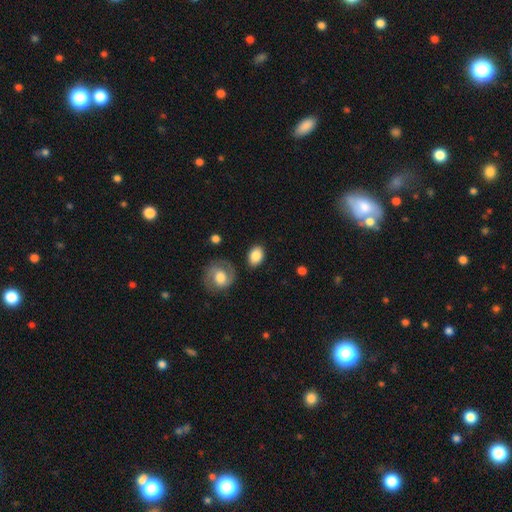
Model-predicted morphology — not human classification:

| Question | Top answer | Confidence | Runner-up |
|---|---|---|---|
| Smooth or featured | smooth | 83% | featured or disk (11%) |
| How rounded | in between | 75% | round (24%) |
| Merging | none | 79% | minor disturbance (14%) |